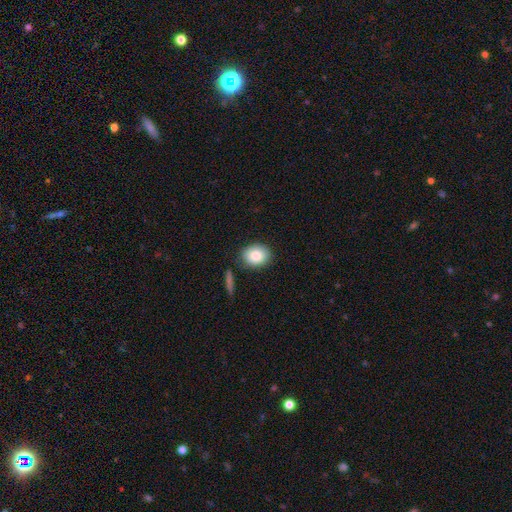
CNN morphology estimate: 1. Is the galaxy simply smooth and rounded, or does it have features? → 83% smooth, 9% featured or disk, 8% star or artifact.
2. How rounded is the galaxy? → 52% in between, 47% round, 1% cigar-shaped.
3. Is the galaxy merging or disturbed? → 84% none, 10% minor disturbance, 4% merger, 3% major disturbance.